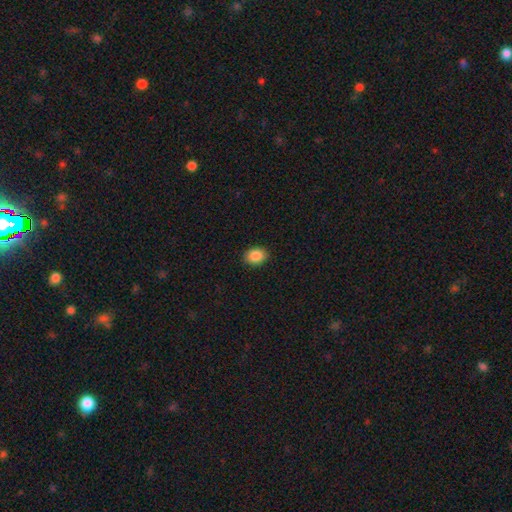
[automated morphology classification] The model was most divided on "how rounded": in between: 59%, round: 40%, cigar-shaped: 1%. More confident: merging — none (90%); smooth or featured — smooth (88%).